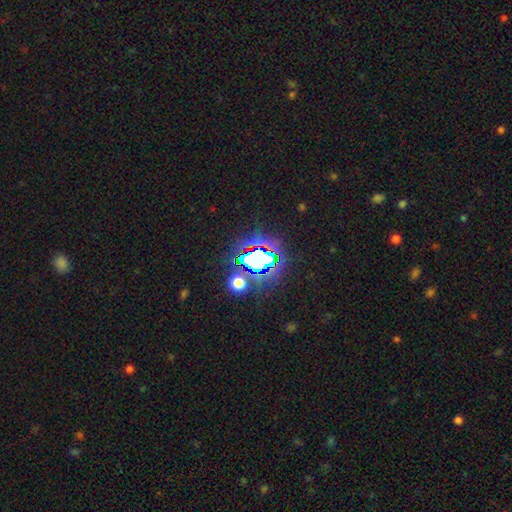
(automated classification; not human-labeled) Smooth or featured? star or artifact (66%)